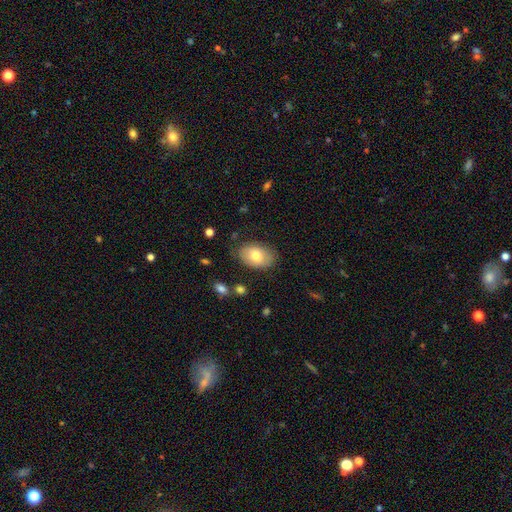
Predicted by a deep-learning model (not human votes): Smooth or featured?
  - smooth: 76% *
  - featured or disk: 17%
  - star or artifact: 7%
How rounded?
  - in between: 87% *
  - round: 12%
  - cigar-shaped: 1%
Merging?
  - none: 79% *
  - minor disturbance: 15%
  - major disturbance: 4%
  - merger: 2%